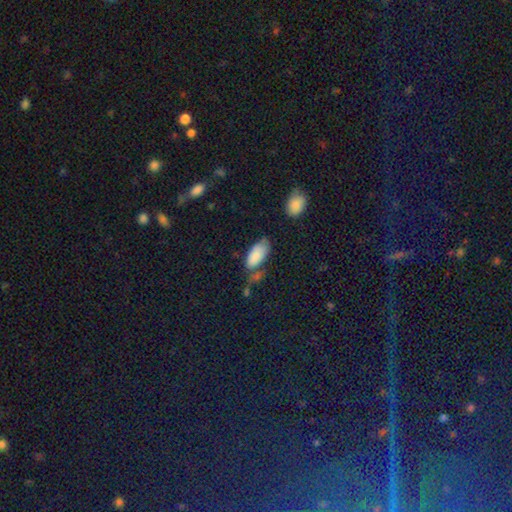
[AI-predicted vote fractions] smooth 85%, featured or disk 8%, star or artifact 7%. Down the decision tree: how rounded — in between (91%); merging — none (51%).